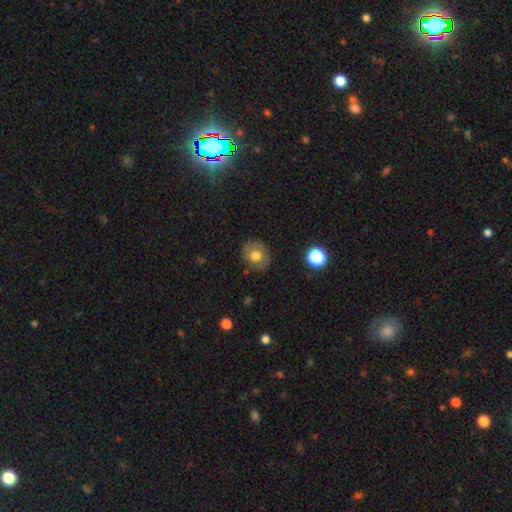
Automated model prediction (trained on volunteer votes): Smooth or featured? Predicted: smooth (p=0.65). How rounded? Predicted: round (p=0.75). Merging? Predicted: none (p=0.83).